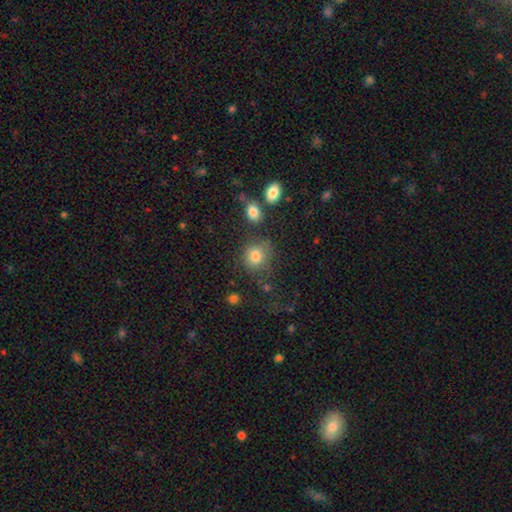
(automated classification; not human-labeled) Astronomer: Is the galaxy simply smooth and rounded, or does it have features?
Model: smooth — 80%.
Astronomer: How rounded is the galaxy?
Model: round — 74%.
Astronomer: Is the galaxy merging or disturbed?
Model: none — 63%.